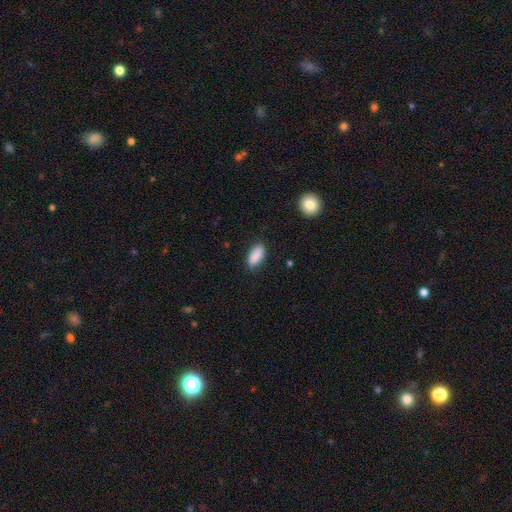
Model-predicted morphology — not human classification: smooth-or-featured: smooth: 89% | star or artifact: 7% | featured or disk: 4%
  how-rounded: in between: 89% | cigar-shaped: 8% | round: 2%
  merging: none: 85% | minor disturbance: 12% | major disturbance: 3% | merger: 1%